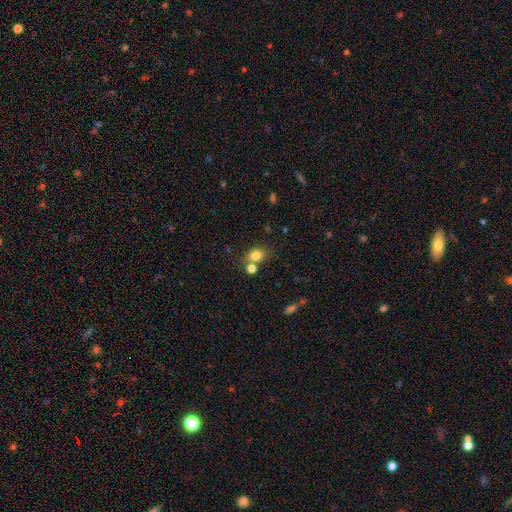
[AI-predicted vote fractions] A smooth galaxy with no disk features (80%) that is in between round and cigar-shaped (59%). Merging: none (59%).